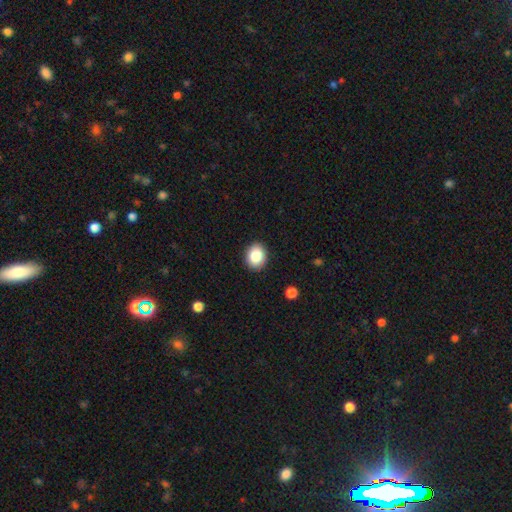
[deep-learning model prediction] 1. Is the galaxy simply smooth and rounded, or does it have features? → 86% smooth, 8% star or artifact, 6% featured or disk.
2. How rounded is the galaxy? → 54% round, 46% in between, 1% cigar-shaped.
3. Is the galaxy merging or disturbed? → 90% none, 7% minor disturbance, 2% major disturbance, 1% merger.